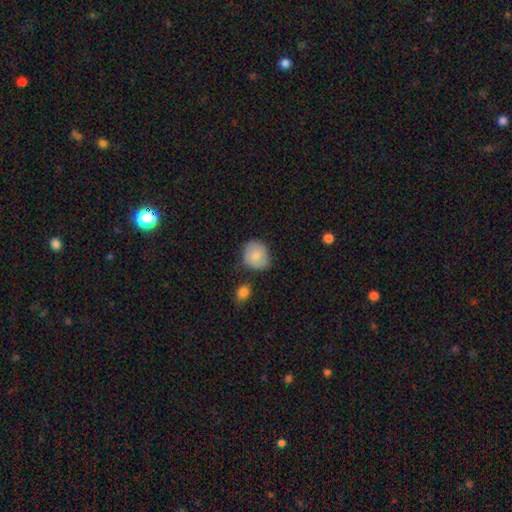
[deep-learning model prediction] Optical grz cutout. It shows a smooth galaxy with no disk features (80%) that is round (75%). Merging: none (70%).